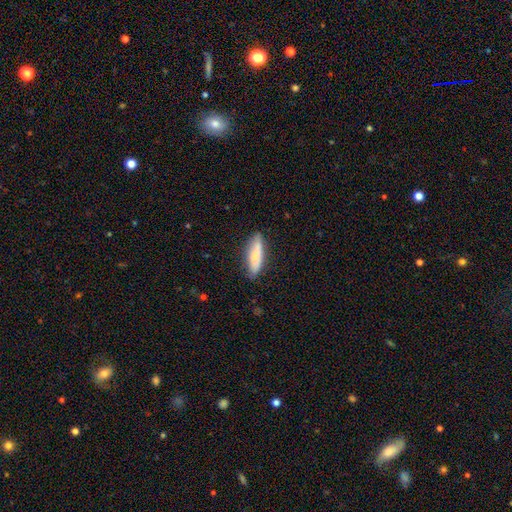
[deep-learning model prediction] This is likely a smooth galaxy (72%). How rounded: likely cigar-shaped (61%). Merging: likely none (80%).